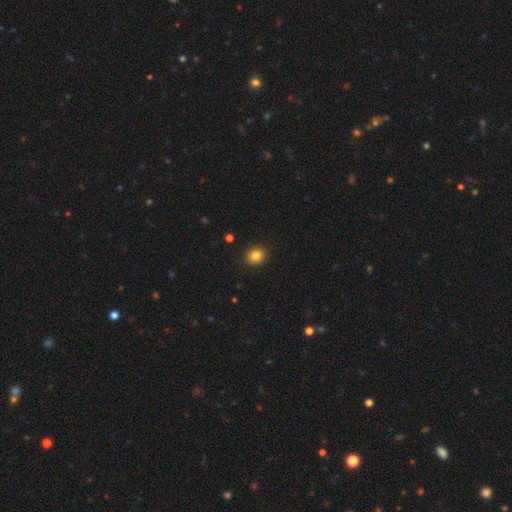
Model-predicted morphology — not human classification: type=smooth (84%); roundness=round (79%); merging=none (91%).